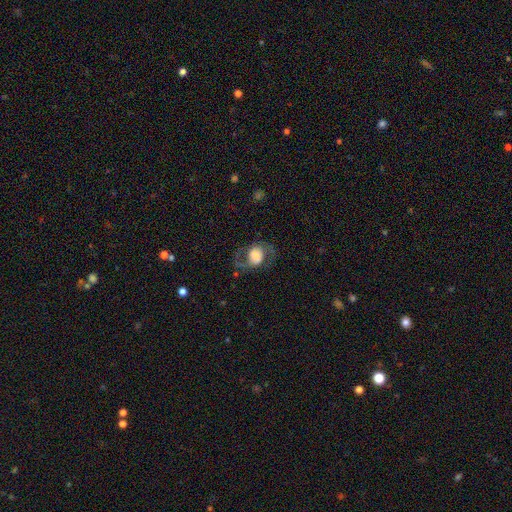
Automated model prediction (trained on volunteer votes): smooth_or_featured: featured or disk (p=0.67) [alt: smooth p=0.25]
disk_edge_on: no (p=0.97) [alt: yes p=0.03]
bar: no (p=0.60) [alt: weak p=0.29]
has_spiral_arms: yes (p=0.88) [alt: no p=0.12]
spiral_winding: loose (p=0.46) [alt: medium p=0.44]
spiral_arm_count: 2 (p=0.91) [alt: 1 p=0.03]
bulge_size: large (p=0.42) [alt: dominant p=0.23]
merging: none (p=0.67) [alt: major disturbance p=0.16]